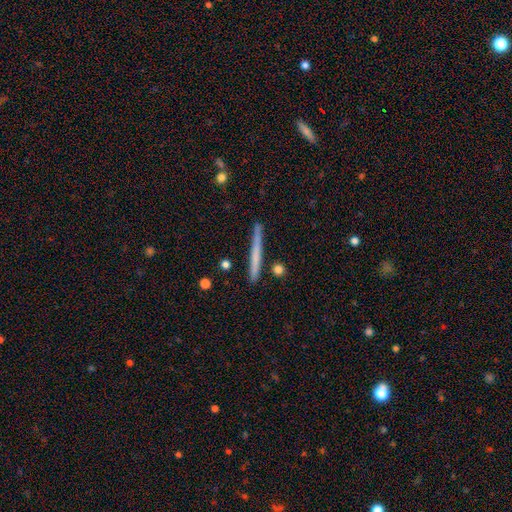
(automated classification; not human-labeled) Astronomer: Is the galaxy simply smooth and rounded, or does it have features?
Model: smooth — 57% (runner-up: featured or disk, 37%).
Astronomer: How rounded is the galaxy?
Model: cigar-shaped — 97%.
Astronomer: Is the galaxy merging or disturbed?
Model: none — 89%.